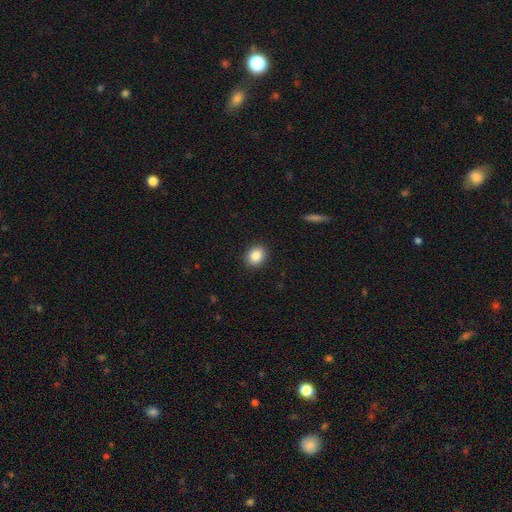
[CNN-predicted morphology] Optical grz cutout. It shows a smooth galaxy with no disk features (86%) that is round (63%). Merging: none (91%).